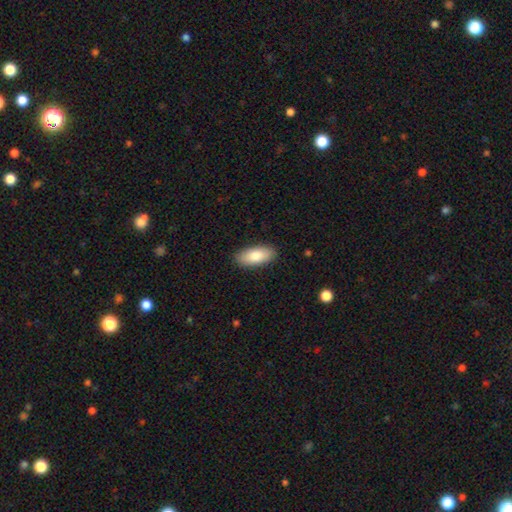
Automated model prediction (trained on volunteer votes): This is clearly a smooth galaxy (82%). How rounded: clearly in between (86%). Merging: clearly none (89%).